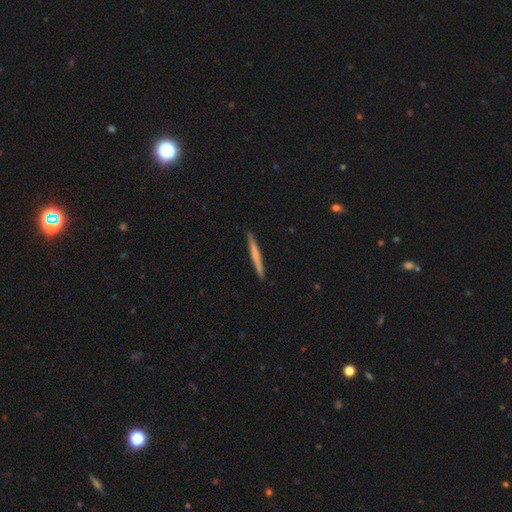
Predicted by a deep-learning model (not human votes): Morphology: type=smooth (58%); roundness=cigar-shaped (97%); merging=none (92%).